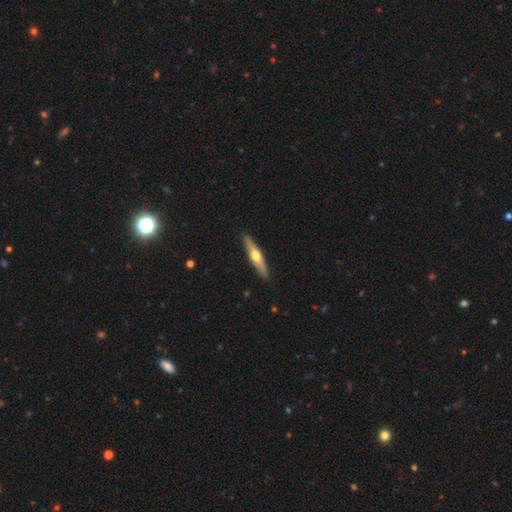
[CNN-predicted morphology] featured or disk 57%, smooth 38%, star or artifact 5%. Down the decision tree: edge-on disk — yes (94%); edge-on bulge — rounded (93%); merging — none (91%).